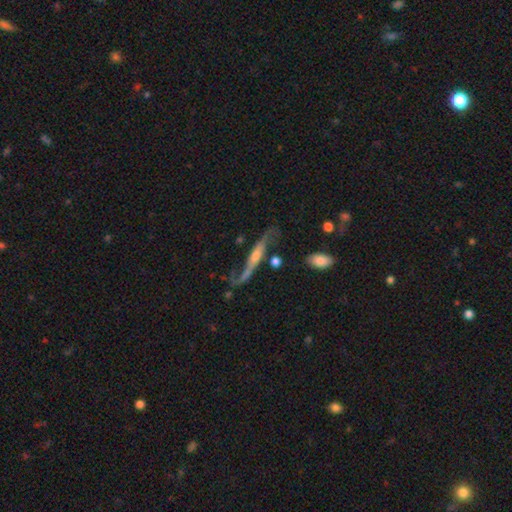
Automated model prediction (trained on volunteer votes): featured or disk 79%, smooth 15%, star or artifact 6%. Down the decision tree: edge-on disk — no (60%); merging — none (50%).